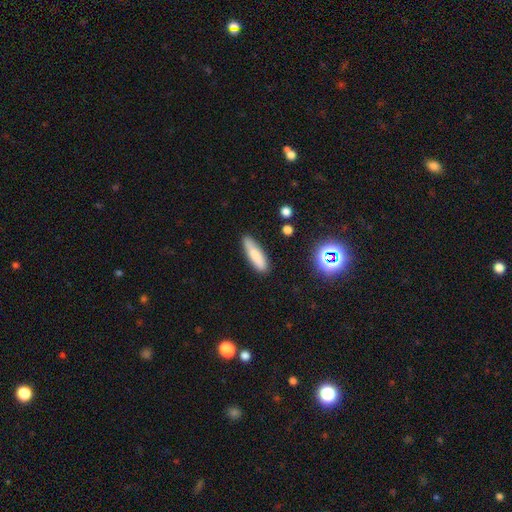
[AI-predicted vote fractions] This is likely a smooth galaxy (79%). How rounded: likely cigar-shaped (66%). Merging: clearly none (82%).